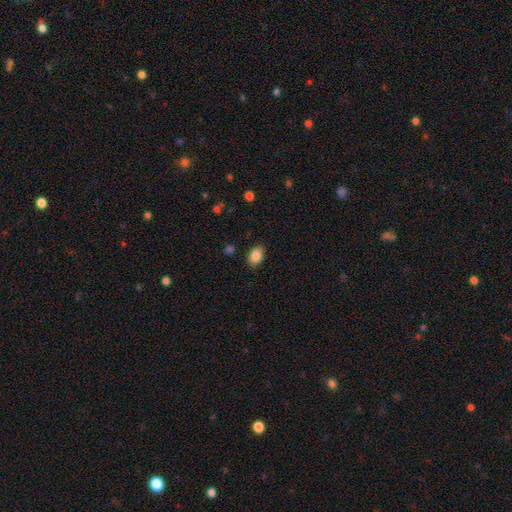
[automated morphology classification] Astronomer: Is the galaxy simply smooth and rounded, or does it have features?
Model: smooth — 86%.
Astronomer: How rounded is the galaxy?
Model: in between — 85%.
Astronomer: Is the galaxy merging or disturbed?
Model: none — 87%.